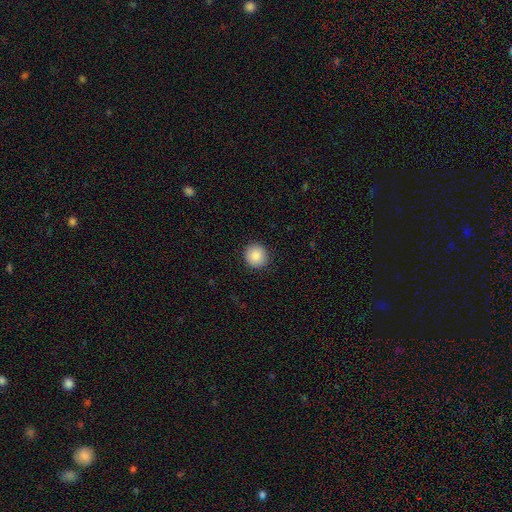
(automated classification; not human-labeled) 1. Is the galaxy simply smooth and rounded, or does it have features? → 88% smooth, 8% star or artifact, 4% featured or disk.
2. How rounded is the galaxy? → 92% round, 7% in between, 1% cigar-shaped.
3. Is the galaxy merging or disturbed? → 91% none, 6% minor disturbance, 2% major disturbance, 1% merger.